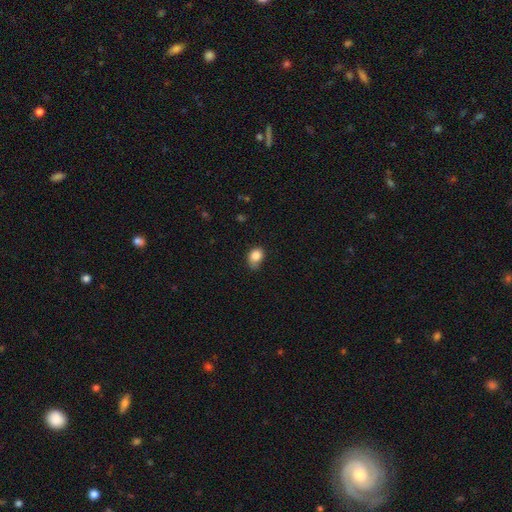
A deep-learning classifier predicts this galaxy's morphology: Smooth or featured: smooth — 85% (star or artifact — 9%)
How rounded: in between — 53% (round — 46%)
Merging: none — 53% (minor disturbance — 37%)